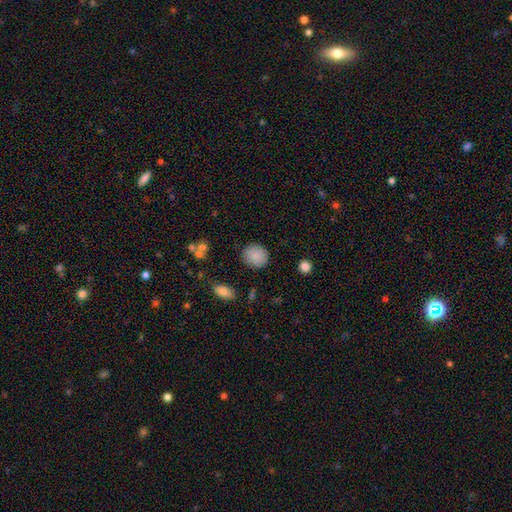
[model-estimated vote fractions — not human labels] smooth 86%, star or artifact 8%, featured or disk 5%. Down the decision tree: how rounded — round (80%); merging — none (86%).